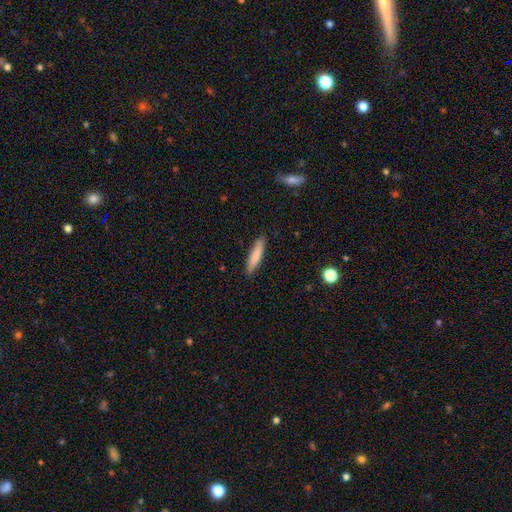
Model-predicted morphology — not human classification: smooth-or-featured: smooth: 76% | featured or disk: 18% | star or artifact: 6%
  how-rounded: cigar-shaped: 82% | in between: 17% | round: 1%
  merging: none: 87% | minor disturbance: 10% | major disturbance: 2% | merger: 1%